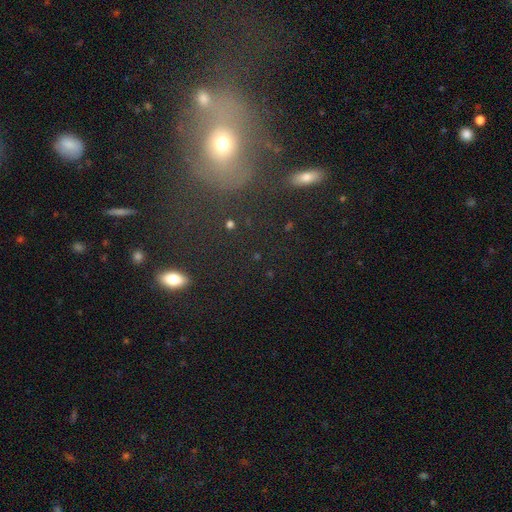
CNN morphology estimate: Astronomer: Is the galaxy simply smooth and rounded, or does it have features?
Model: smooth — 42% (runner-up: star or artifact, 32%).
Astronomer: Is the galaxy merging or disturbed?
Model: none — 48%.